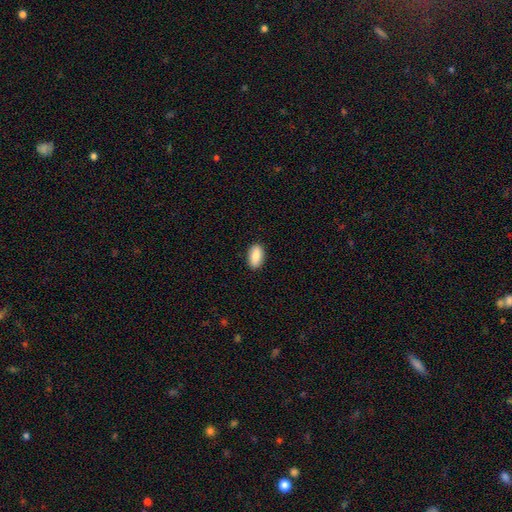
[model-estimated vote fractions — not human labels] Smooth or featured?
  - smooth: 85% *
  - featured or disk: 9%
  - star or artifact: 6%
How rounded?
  - in between: 90% *
  - cigar-shaped: 6%
  - round: 4%
Merging?
  - none: 89% *
  - minor disturbance: 8%
  - major disturbance: 2%
  - merger: 1%